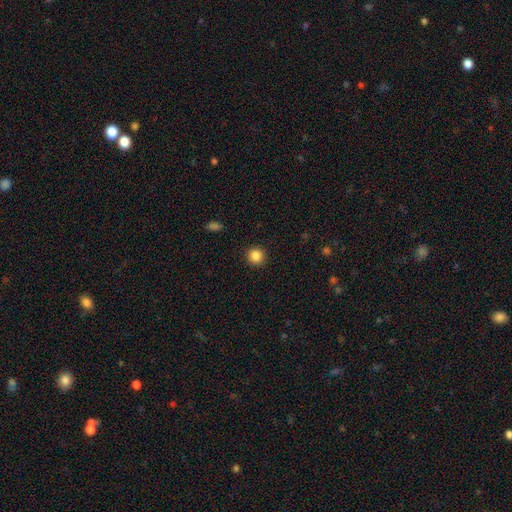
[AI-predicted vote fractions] A smooth galaxy with no disk features (86%) that is round (93%). Merging: none (92%).